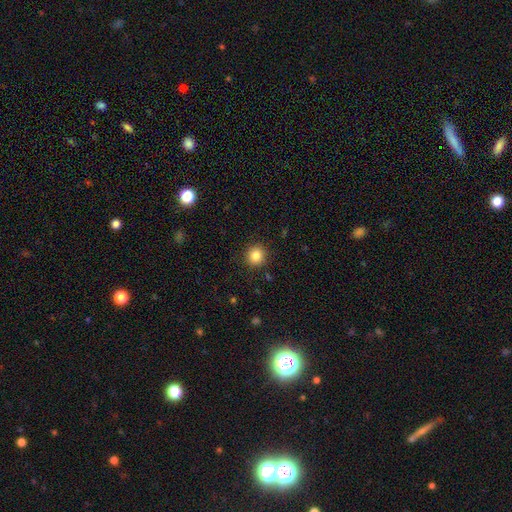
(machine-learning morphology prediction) smooth_or_featured: smooth (p=0.85) [alt: star or artifact p=0.10]
how_rounded: round (p=0.90) [alt: in between p=0.09]
merging: none (p=0.90) [alt: minor disturbance p=0.06]